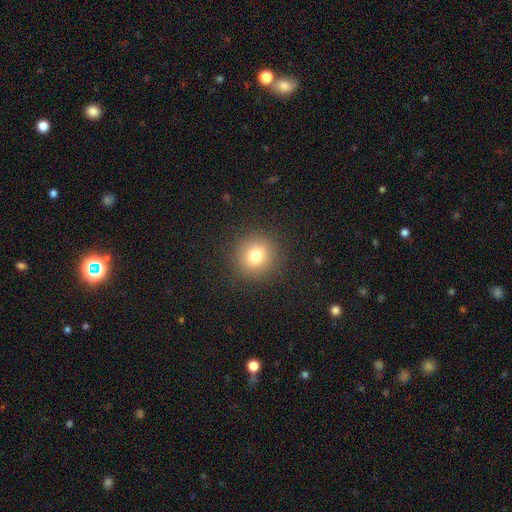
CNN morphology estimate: smooth-or-featured: smooth: 77% | star or artifact: 13% | featured or disk: 10%
  how-rounded: round: 91% | in between: 8% | cigar-shaped: 1%
  merging: none: 90% | minor disturbance: 6% | major disturbance: 3% | merger: 1%